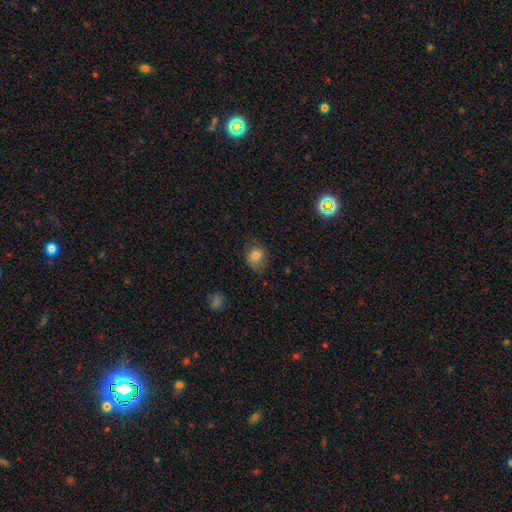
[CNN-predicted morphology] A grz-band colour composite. It shows a smooth galaxy with no disk features (78%) that is round (61%). Merging: none (71%).